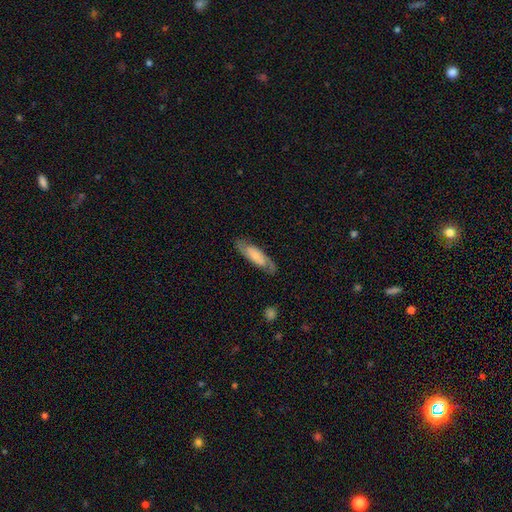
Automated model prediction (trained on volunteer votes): A featured or disk galaxy (48%).

Vote fractions:
- Smooth or featured? featured or disk: 48% / smooth: 45% / star or artifact: 6%
- Merging? none: 77% / minor disturbance: 16% / major disturbance: 5% / merger: 2%